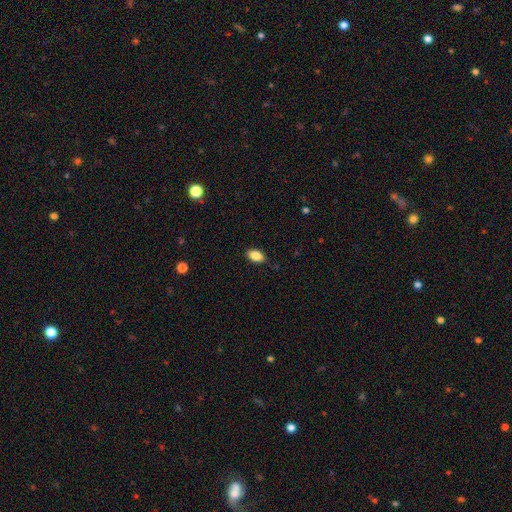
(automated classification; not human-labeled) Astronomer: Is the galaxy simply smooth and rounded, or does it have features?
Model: smooth — 86%.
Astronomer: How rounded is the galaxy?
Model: in between — 90%.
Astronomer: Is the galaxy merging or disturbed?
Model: none — 88%.